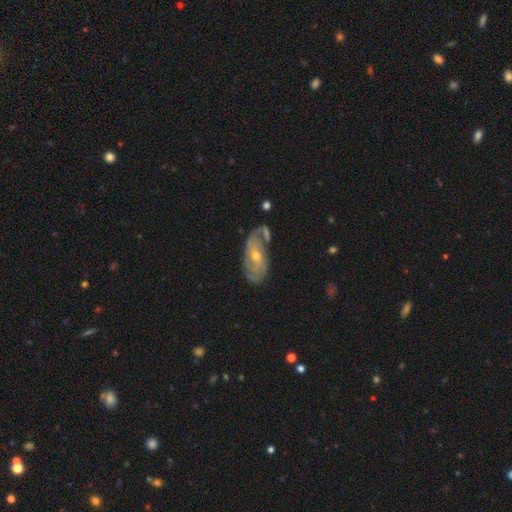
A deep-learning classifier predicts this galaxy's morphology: smooth-or-featured: featured or disk: 76% | smooth: 17% | star or artifact: 7%
  disk-edge-on: no: 92% | yes: 8%
    bar: no: 63% | weak: 29% | strong: 8%
    has-spiral-arms: yes: 85% | no: 15%
      spiral-winding: tight: 45% | medium: 37% | loose: 18%
      spiral-arm-count: 2: 47% | can't tell: 31% | 3: 10% | 1: 6% | 4: 4% | more than 4: 3%
    bulge-size: small: 51% | moderate: 46% | large: 1% | none: 1% | dominant: 1%
  merging: none: 57% | minor disturbance: 21% | merger: 12% | major disturbance: 10%